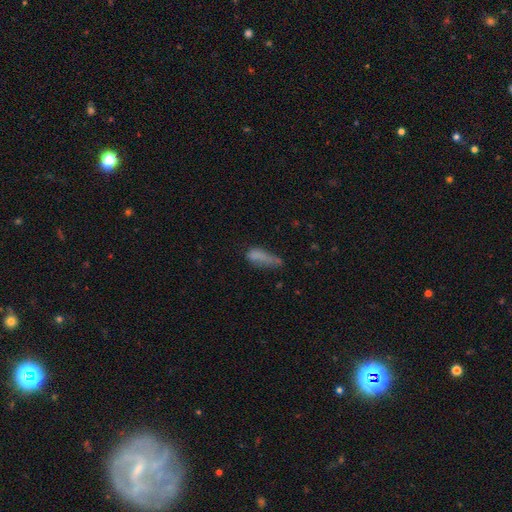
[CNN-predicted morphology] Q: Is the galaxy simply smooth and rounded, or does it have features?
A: smooth — 69%.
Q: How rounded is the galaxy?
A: cigar-shaped — 50%.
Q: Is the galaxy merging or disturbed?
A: none — 39%.